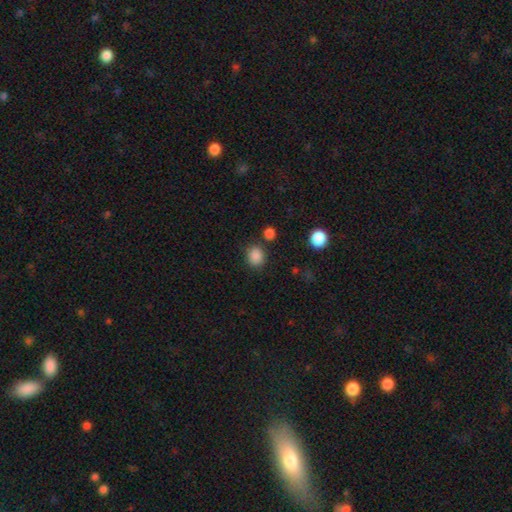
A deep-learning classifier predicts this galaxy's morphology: Overall: smooth (86%). How rounded: round (68%; in between 31%). Merging: none (79%).